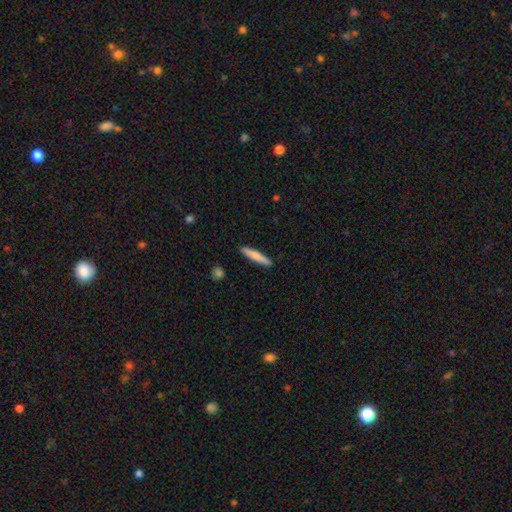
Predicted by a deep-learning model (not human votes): A smooth galaxy with no disk features (75%) that is cigar-shaped (93%).

Vote fractions:
- Smooth or featured? smooth: 75% / featured or disk: 20% / star or artifact: 5%
- How rounded? cigar-shaped: 93% / in between: 6% / round: 1%
- Merging? none: 91% / minor disturbance: 6% / major disturbance: 1% / merger: 1%